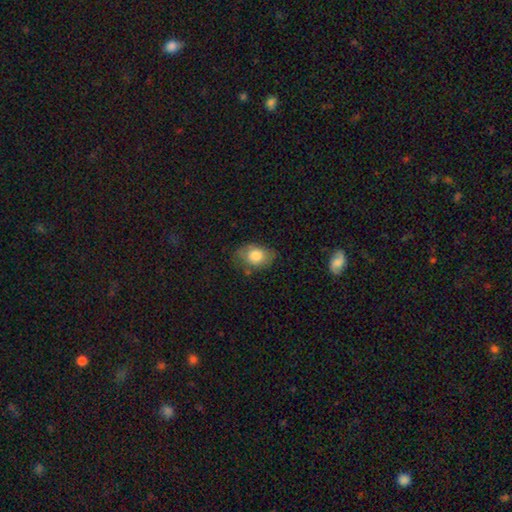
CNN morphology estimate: smooth_or_featured: smooth (p=0.77) [alt: featured or disk p=0.15]
how_rounded: in between (p=0.75) [alt: round p=0.24]
merging: none (p=0.65) [alt: minor disturbance p=0.25]